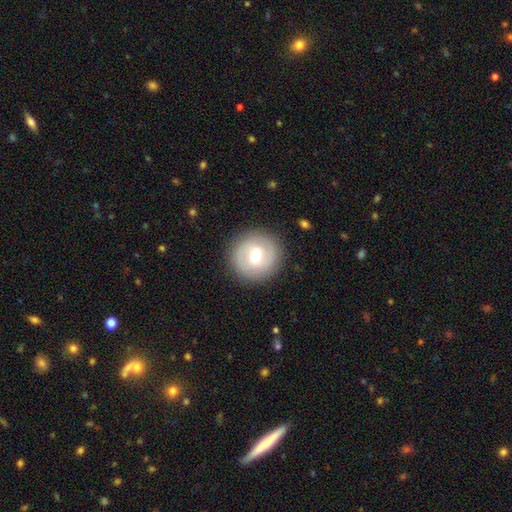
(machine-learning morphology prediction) The model was most divided on "smooth or featured": smooth: 58%, featured or disk: 34%, star or artifact: 8%. More confident: how rounded — round (92%); merging — none (88%).